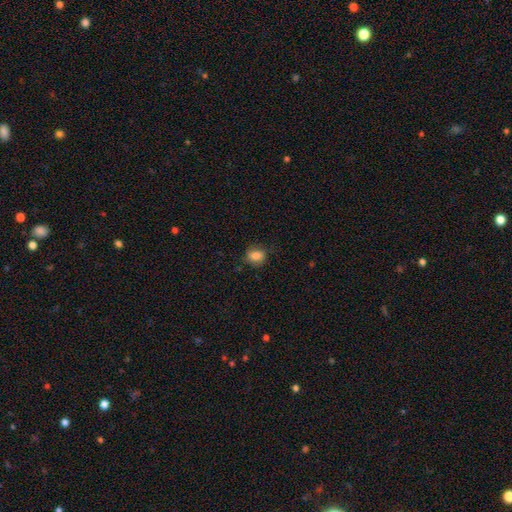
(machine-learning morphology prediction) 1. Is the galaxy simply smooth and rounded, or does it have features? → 83% smooth, 10% star or artifact, 7% featured or disk.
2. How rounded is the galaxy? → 53% round, 46% in between, 1% cigar-shaped.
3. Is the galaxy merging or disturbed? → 78% none, 17% minor disturbance, 4% major disturbance, 1% merger.